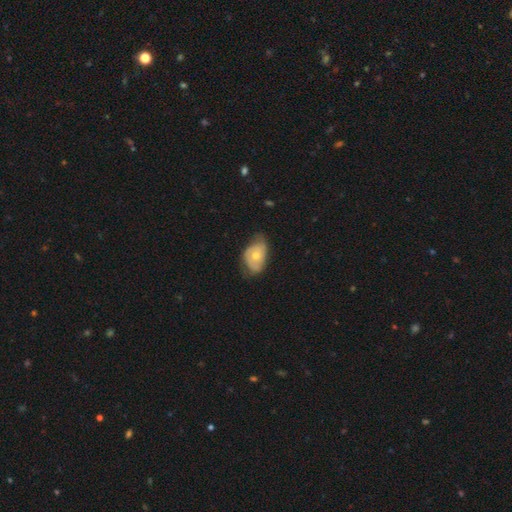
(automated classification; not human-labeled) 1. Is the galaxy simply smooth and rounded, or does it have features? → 50% featured or disk, 44% smooth, 6% star or artifact.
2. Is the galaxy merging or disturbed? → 43% none, 40% minor disturbance, 16% major disturbance, 2% merger.